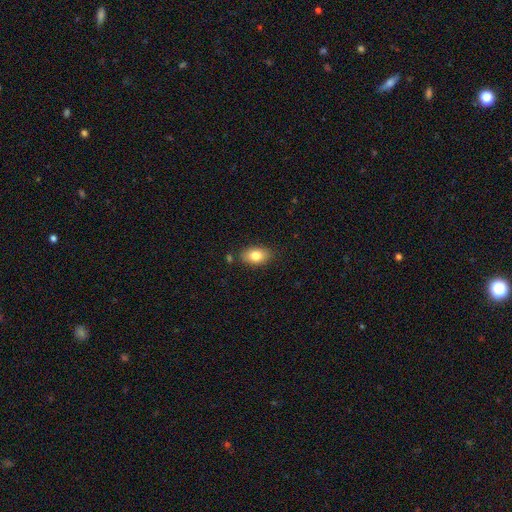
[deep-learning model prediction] This is clearly a smooth galaxy (80%). How rounded: clearly in between (86%). Merging: clearly none (82%).